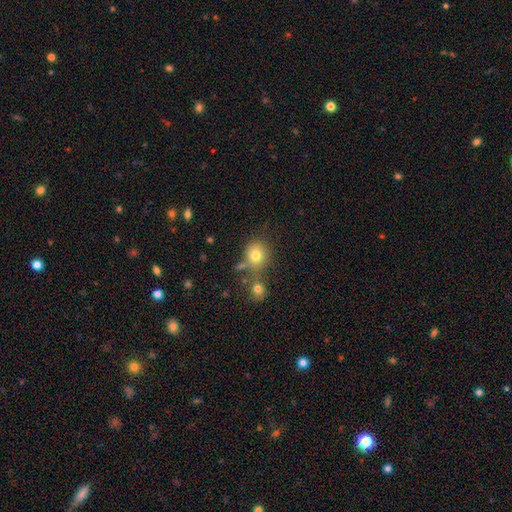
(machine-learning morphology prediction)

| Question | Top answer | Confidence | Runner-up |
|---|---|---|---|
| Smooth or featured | smooth | 77% | star or artifact (12%) |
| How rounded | round | 84% | in between (15%) |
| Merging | none | 56% | merger (25%) |